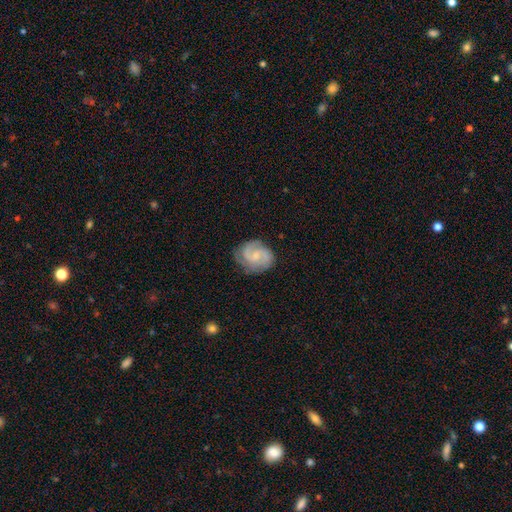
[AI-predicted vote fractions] Smooth or featured? featured or disk (76%)
Edge-on disk? no (98%)
Bar? no (50%)
Spiral arms? yes (95%)
Spiral winding? medium (50%)
Spiral arm count? 2 (74%)
Bulge size? small (62%)
Merging? none (74%)